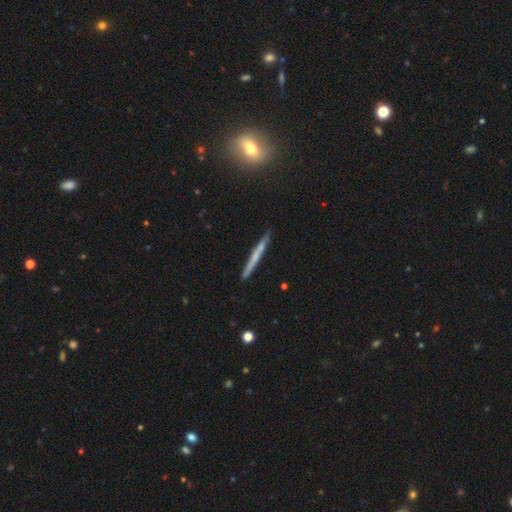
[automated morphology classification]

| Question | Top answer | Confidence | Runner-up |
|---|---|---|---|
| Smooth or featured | featured or disk | 51% | smooth (42%) |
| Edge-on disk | yes | 96% | no (4%) |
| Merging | none | 87% | minor disturbance (10%) |